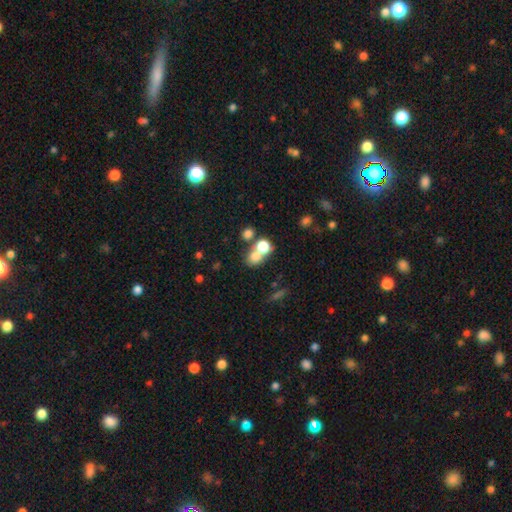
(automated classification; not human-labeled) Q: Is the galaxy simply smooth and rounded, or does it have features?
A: smooth — 71%.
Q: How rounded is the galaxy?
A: round — 70%.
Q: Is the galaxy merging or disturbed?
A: merger — 50%.